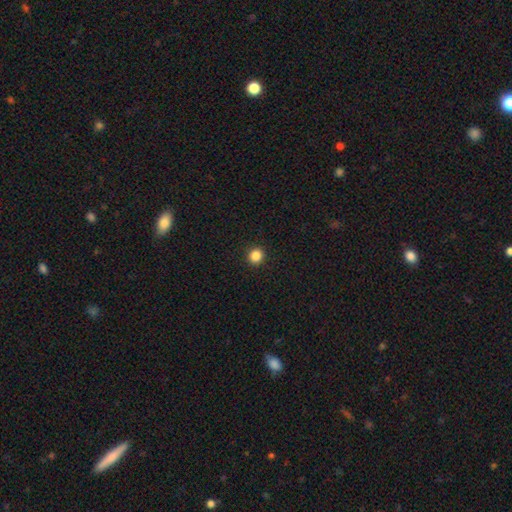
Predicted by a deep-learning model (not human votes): Smooth or featured?
  - smooth: 86% *
  - star or artifact: 11%
  - featured or disk: 3%
How rounded?
  - round: 85% *
  - in between: 14%
  - cigar-shaped: 1%
Merging?
  - none: 92% *
  - minor disturbance: 5%
  - major disturbance: 2%
  - merger: 1%